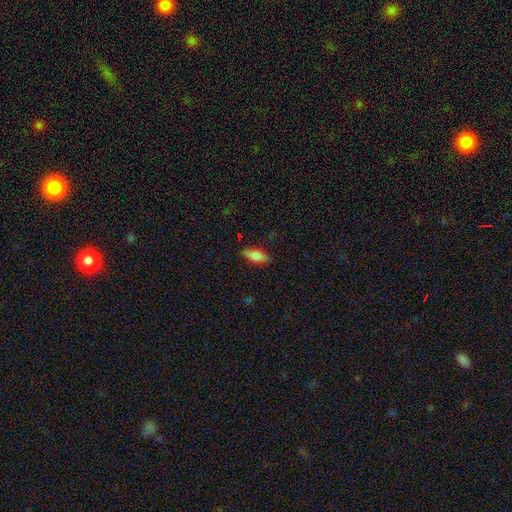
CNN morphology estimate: This appears to be a smooth galaxy with no disk features (83%) that is in between round and cigar-shaped (80%). Merging: none (86%).